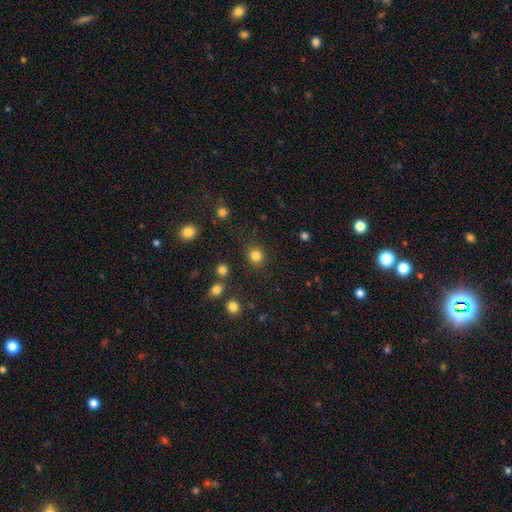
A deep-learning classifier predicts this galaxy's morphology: Smooth or featured? smooth (84%)
How rounded? round (87%)
Merging? none (87%)